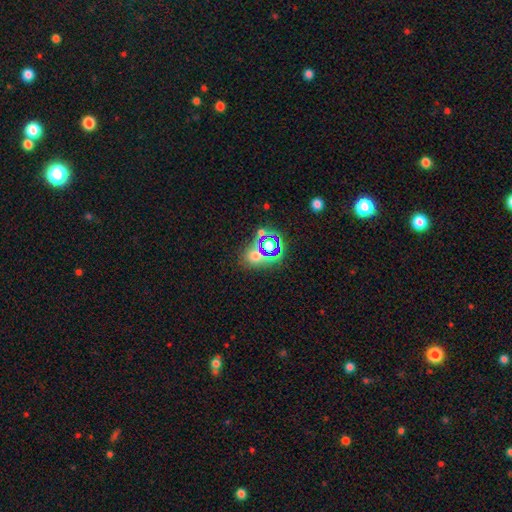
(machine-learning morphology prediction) Smooth or featured: smooth — 49% (star or artifact — 41%)
Merging: none — 61% (merger — 21%)